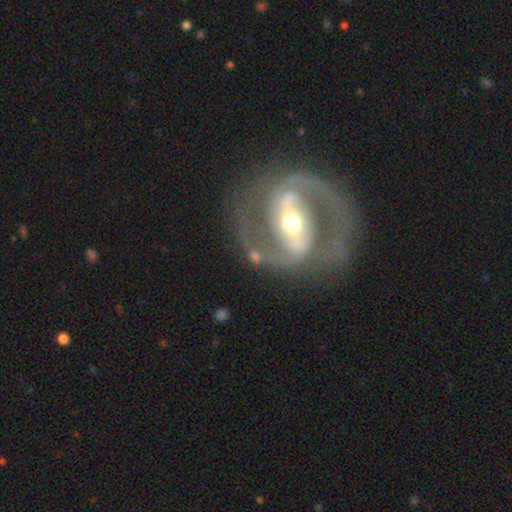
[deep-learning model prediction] Q: Smooth or featured?
A: featured or disk (90%); runner-up: smooth (5%)
Q: Edge-on disk?
A: no (97%); runner-up: yes (3%)
Q: Bar?
A: strong (59%); runner-up: weak (26%)
Q: Spiral arms?
A: yes (94%); runner-up: no (6%)
Q: Spiral winding?
A: medium (59%); runner-up: tight (25%)
Q: Spiral arm count?
A: 2 (92%); runner-up: can't tell (3%)
Q: Bulge size?
A: moderate (66%); runner-up: small (25%)
Q: Merging?
A: none (76%); runner-up: minor disturbance (13%)